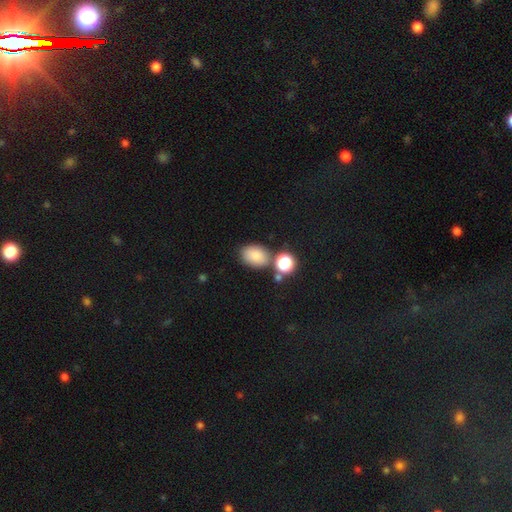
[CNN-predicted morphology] Smooth or featured?
  - smooth: 82% *
  - star or artifact: 11%
  - featured or disk: 7%
How rounded?
  - in between: 73% *
  - round: 26%
  - cigar-shaped: 1%
Merging?
  - none: 69% *
  - merger: 13%
  - minor disturbance: 13%
  - major disturbance: 4%